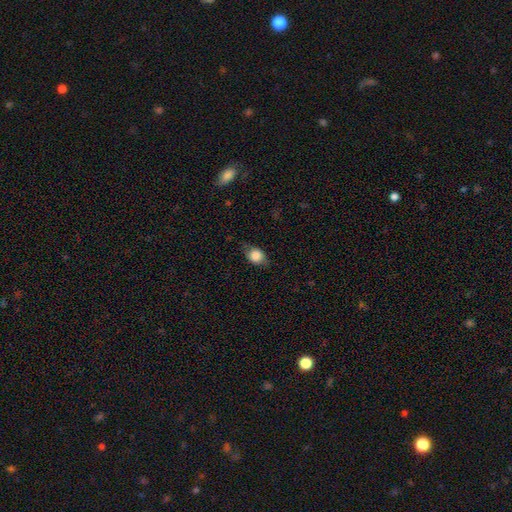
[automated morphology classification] smooth_or_featured: smooth (p=0.80) [alt: featured or disk p=0.12]
how_rounded: in between (p=0.53) [alt: round p=0.45]
merging: none (p=0.72) [alt: minor disturbance p=0.21]